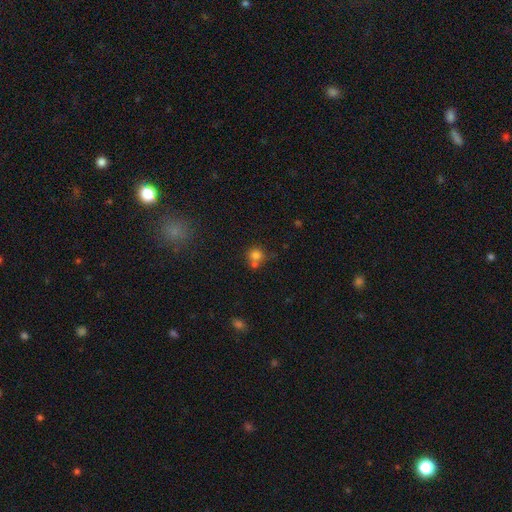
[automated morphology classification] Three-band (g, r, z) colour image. It shows a smooth galaxy with no disk features (76%) that is round (84%). Merging: none (49%).